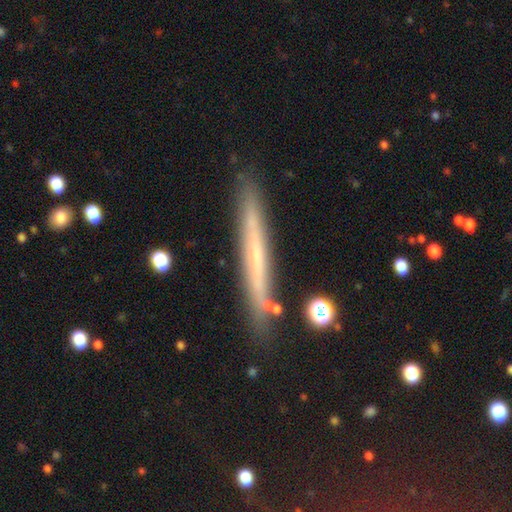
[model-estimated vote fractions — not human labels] Smooth or featured: featured or disk — 48% (smooth — 44%)
Merging: none — 84% (minor disturbance — 10%)